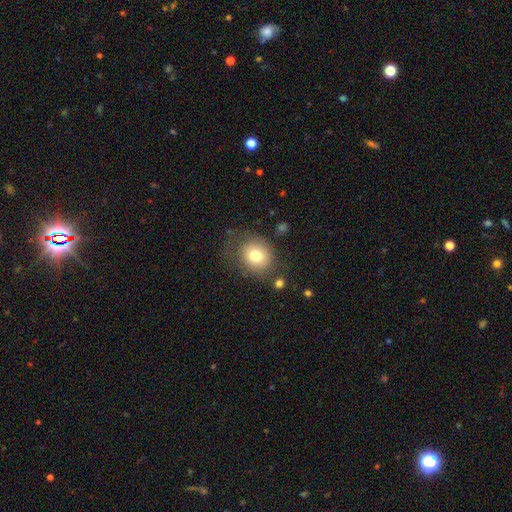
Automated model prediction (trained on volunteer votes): Overall: smooth (76%). How rounded: round (73%). Merging: none (68%).